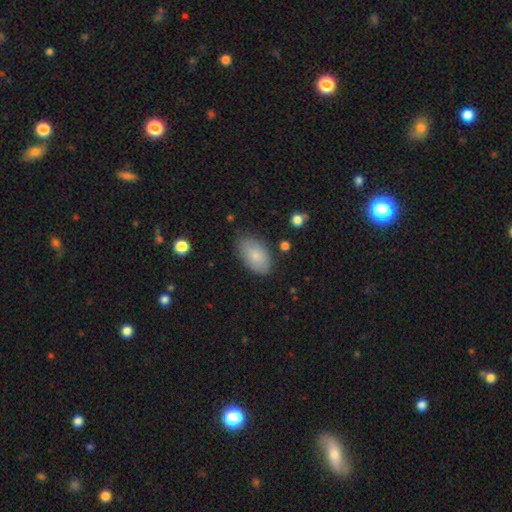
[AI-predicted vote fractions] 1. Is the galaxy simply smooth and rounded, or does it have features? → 82% smooth, 11% featured or disk, 7% star or artifact.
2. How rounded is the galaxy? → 94% in between, 5% round, 2% cigar-shaped.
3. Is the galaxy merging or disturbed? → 80% none, 15% minor disturbance, 3% major disturbance, 2% merger.